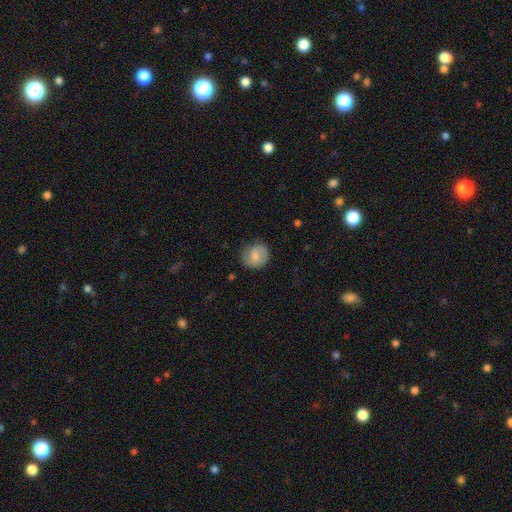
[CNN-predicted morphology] This is likely a smooth galaxy (70%). How rounded: clearly round (81%). Merging: likely none (72%).